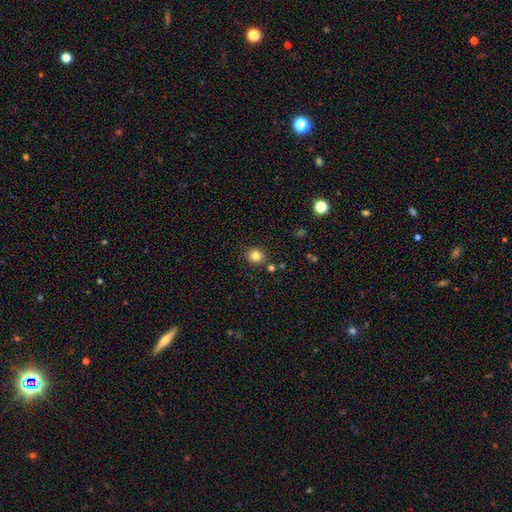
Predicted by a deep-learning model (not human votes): Smooth or featured: smooth — 82% (star or artifact — 12%)
How rounded: round — 84% (in between — 15%)
Merging: none — 86% (minor disturbance — 8%)